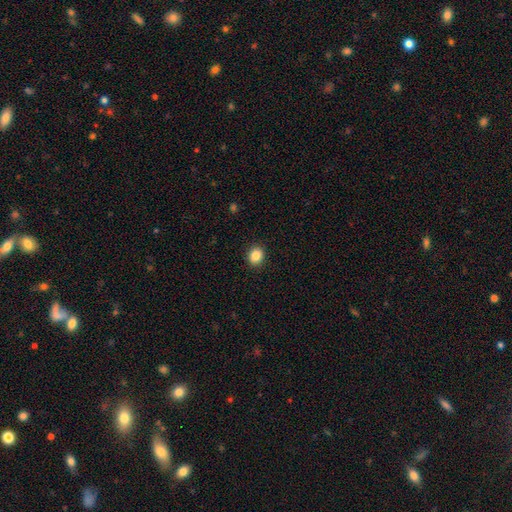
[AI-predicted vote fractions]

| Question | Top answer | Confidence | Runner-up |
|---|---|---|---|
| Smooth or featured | smooth | 86% | star or artifact (10%) |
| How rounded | round | 63% | in between (36%) |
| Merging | none | 91% | minor disturbance (6%) |